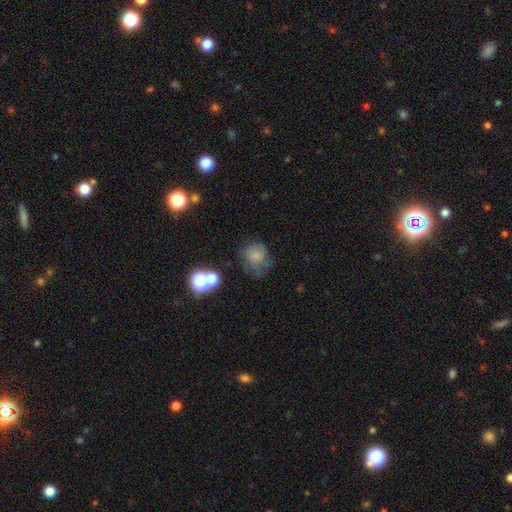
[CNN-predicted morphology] smooth 63%, featured or disk 22%, star or artifact 15%. Down the decision tree: how rounded — round (77%); merging — none (50%).